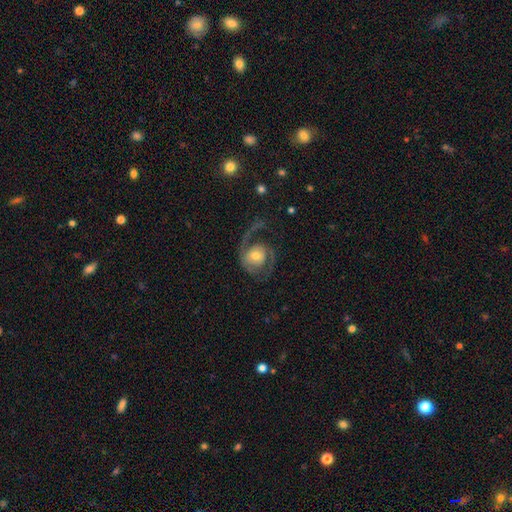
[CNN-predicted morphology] Smooth or featured? featured or disk (80%)
Edge-on disk? no (97%)
Bar? no (69%)
Spiral arms? yes (92%)
Spiral winding? medium (43%)
Spiral arm count? 2 (72%)
Bulge size? moderate (56%)
Merging? none (54%)